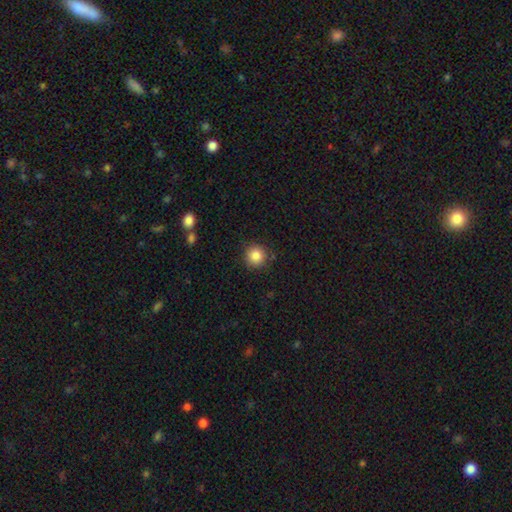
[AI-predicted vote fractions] This appears to be a smooth galaxy with no disk features (86%) that is round (95%). Merging: none (88%).